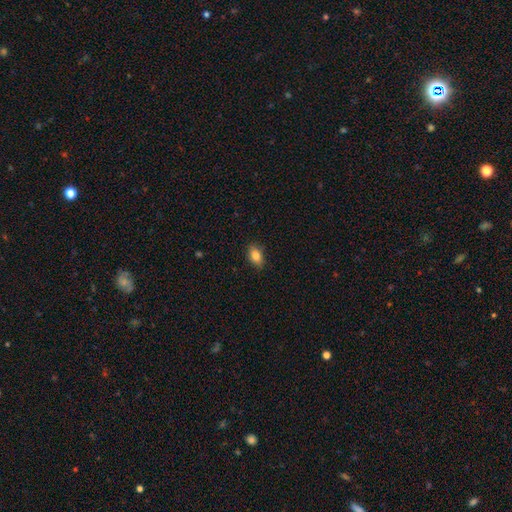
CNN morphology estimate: A smooth galaxy with no disk features (83%) that is in between round and cigar-shaped (85%). Merging: none (85%).